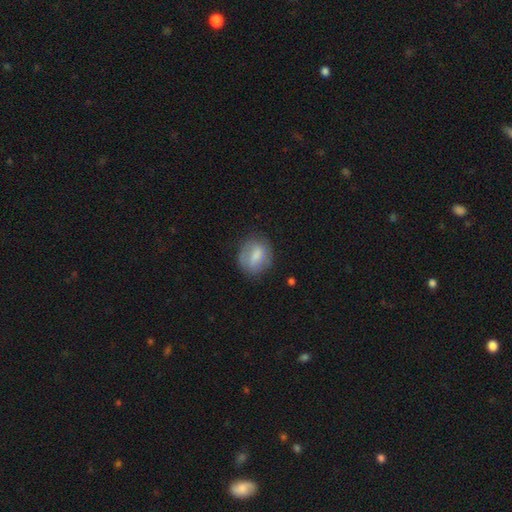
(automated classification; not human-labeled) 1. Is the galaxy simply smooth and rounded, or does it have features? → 63% smooth, 29% featured or disk, 8% star or artifact.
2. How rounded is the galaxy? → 51% round, 47% in between, 2% cigar-shaped.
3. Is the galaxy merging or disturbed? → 69% none, 21% minor disturbance, 8% major disturbance, 2% merger.